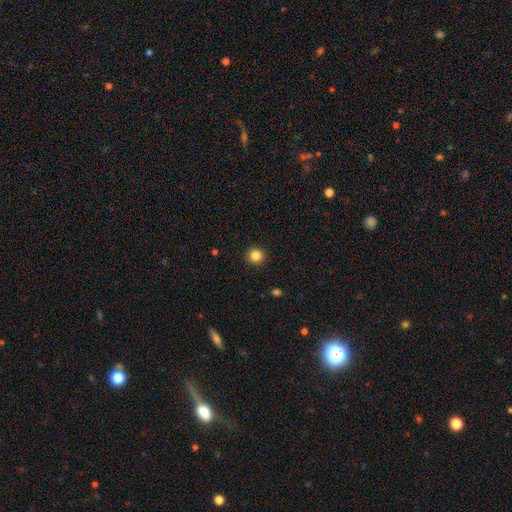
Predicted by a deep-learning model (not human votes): Morphology: type=smooth (85%); roundness=round (93%); merging=none (93%).